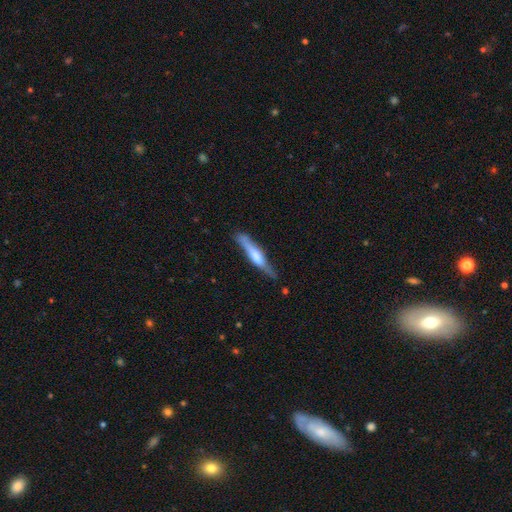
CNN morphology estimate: type=featured or disk (52%); edge-on=yes (92%); merging=none (73%).